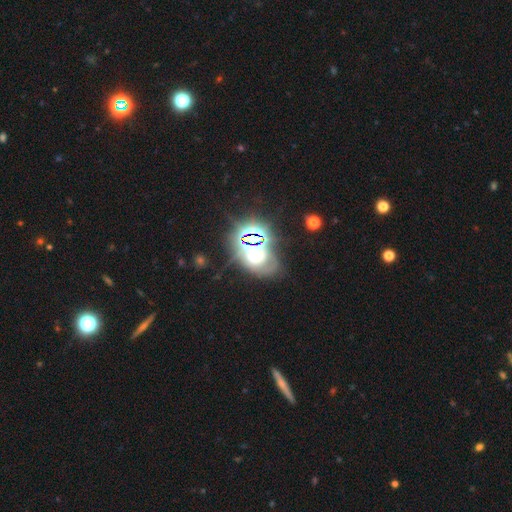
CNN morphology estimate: A star or artifact, not a galaxy (47%).

Vote fractions:
- Smooth or featured? star or artifact: 47% / featured or disk: 27% / smooth: 26%